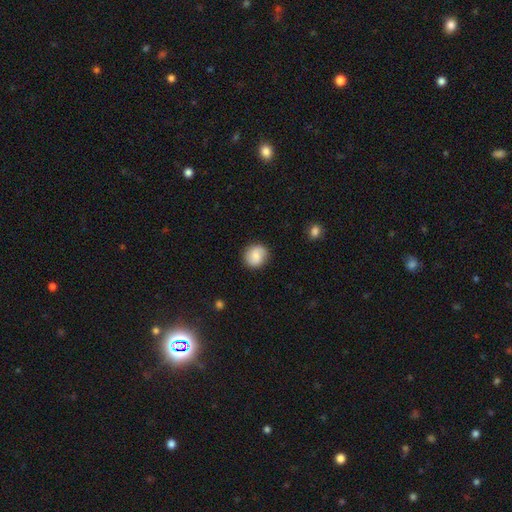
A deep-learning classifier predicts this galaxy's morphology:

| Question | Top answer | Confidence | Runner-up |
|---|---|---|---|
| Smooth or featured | smooth | 72% | featured or disk (20%) |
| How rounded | round | 88% | in between (11%) |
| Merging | none | 86% | minor disturbance (10%) |